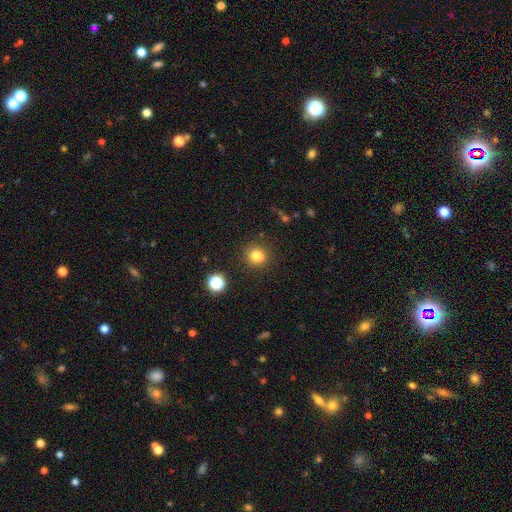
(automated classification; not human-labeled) Smooth or featured: smooth — 76% (star or artifact — 14%)
How rounded: round — 71% (in between — 28%)
Merging: none — 64% (merger — 20%)